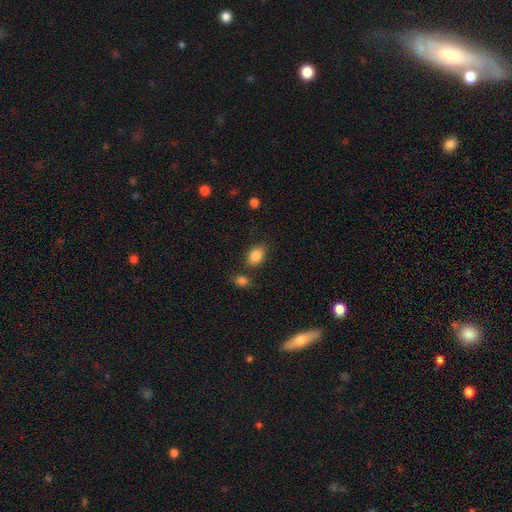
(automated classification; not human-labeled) Smooth or featured? Predicted: smooth (p=0.86). How rounded? Predicted: in between (p=0.77). Merging? Predicted: none (p=0.74).